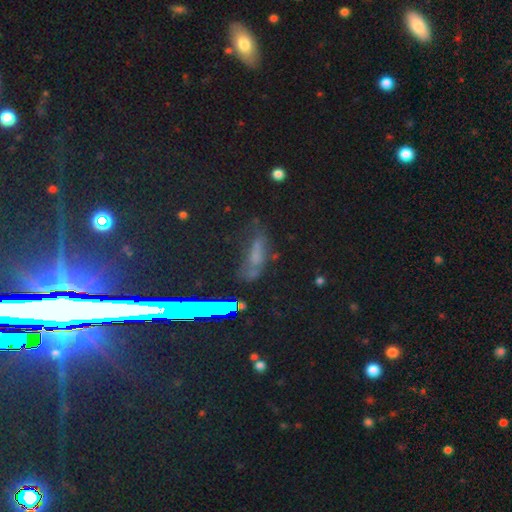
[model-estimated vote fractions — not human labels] Smooth or featured?
  - star or artifact: 38% *
  - smooth: 36%
  - featured or disk: 26%